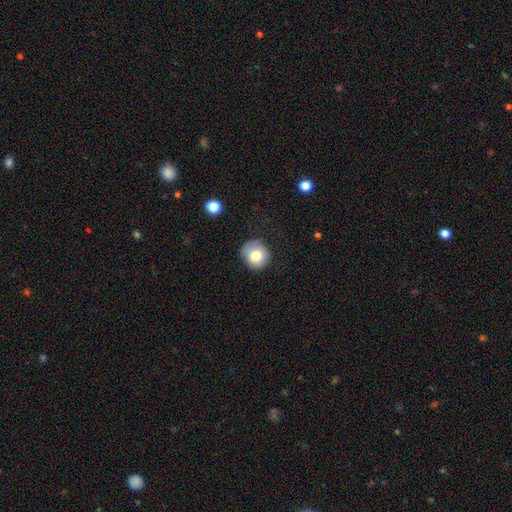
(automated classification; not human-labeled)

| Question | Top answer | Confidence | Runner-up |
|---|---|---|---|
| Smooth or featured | smooth | 81% | featured or disk (10%) |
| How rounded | round | 88% | in between (11%) |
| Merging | none | 77% | minor disturbance (17%) |